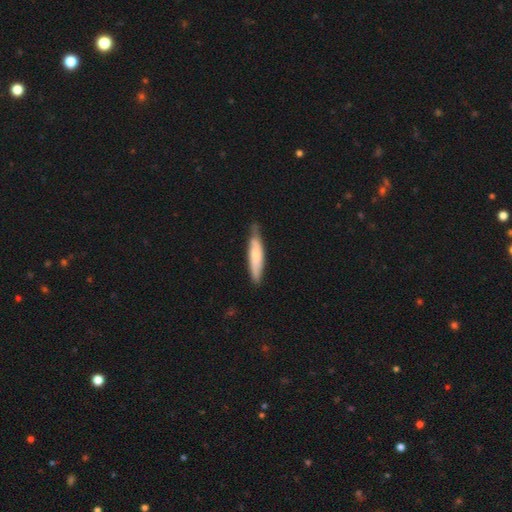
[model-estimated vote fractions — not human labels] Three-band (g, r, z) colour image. It shows a smooth galaxy with no disk features (62%) that is cigar-shaped (79%). Merging: none (70%).